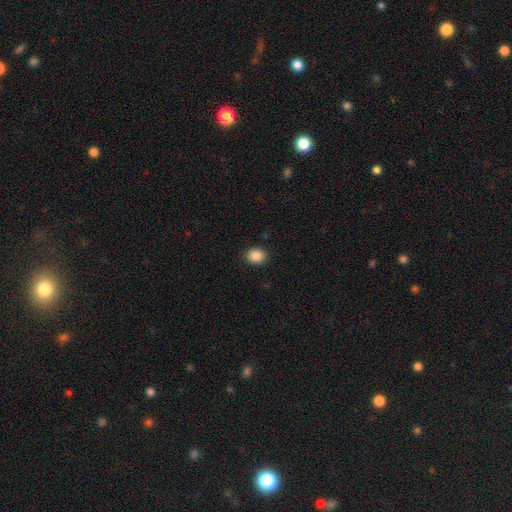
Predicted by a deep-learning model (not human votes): smooth-or-featured: smooth: 88% | star or artifact: 9% | featured or disk: 3%
  how-rounded: round: 53% | in between: 47% | cigar-shaped: 1%
  merging: none: 89% | minor disturbance: 8% | major disturbance: 2% | merger: 1%